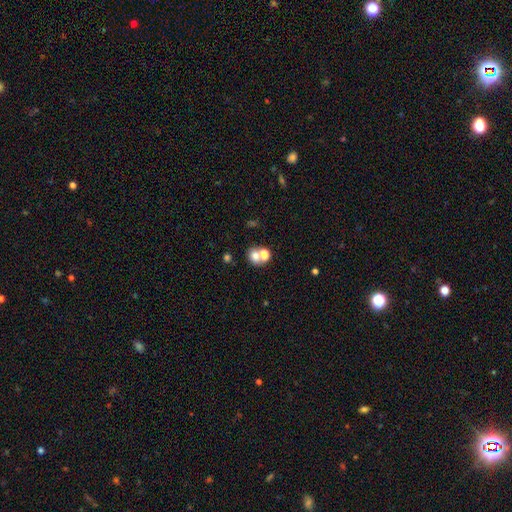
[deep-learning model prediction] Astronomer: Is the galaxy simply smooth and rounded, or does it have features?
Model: smooth — 70%.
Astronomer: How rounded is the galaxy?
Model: round — 69%.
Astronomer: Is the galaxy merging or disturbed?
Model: merger — 48% (runner-up: none, 41%).